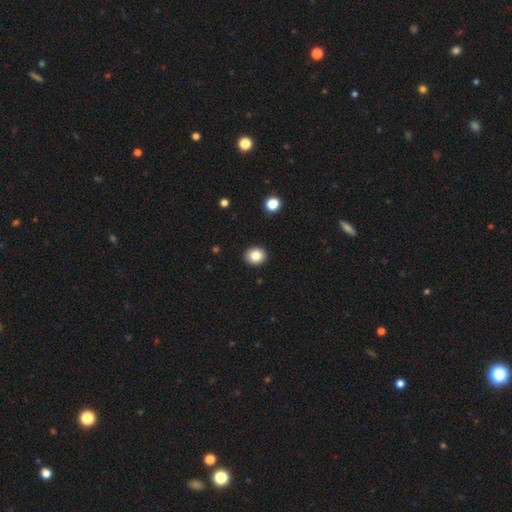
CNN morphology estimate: This appears to be a smooth galaxy with no disk features (84%) that is round (80%). Merging: none (92%).